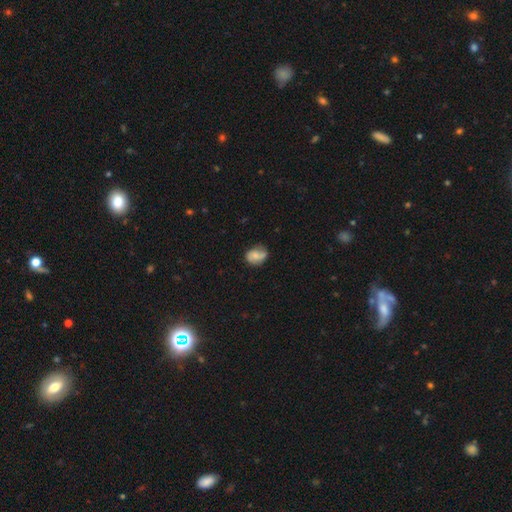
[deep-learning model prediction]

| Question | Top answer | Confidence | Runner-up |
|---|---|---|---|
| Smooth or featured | smooth | 57% | featured or disk (34%) |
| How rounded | in between | 57% | round (42%) |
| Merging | none | 59% | minor disturbance (29%) |